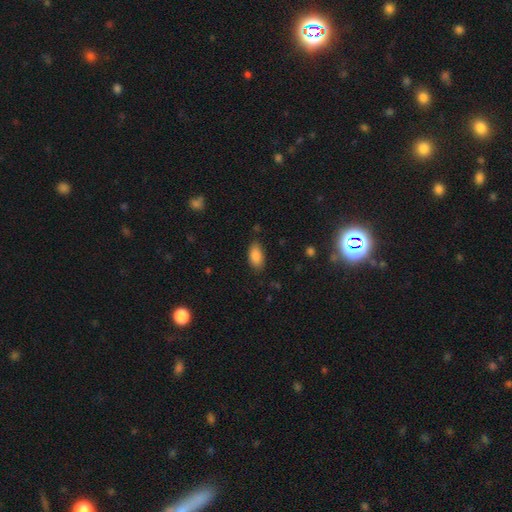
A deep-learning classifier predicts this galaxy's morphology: This is clearly a smooth galaxy (87%). How rounded: clearly in between (92%). Merging: clearly none (82%).